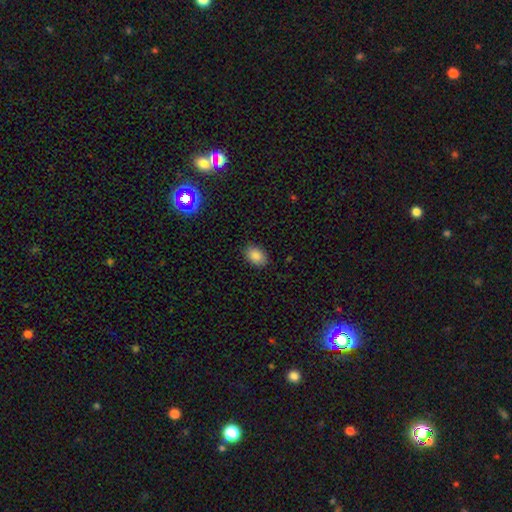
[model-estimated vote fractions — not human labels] smooth_or_featured: smooth (p=0.87) [alt: star or artifact p=0.09]
how_rounded: in between (p=0.83) [alt: round p=0.16]
merging: none (p=0.87) [alt: minor disturbance p=0.09]